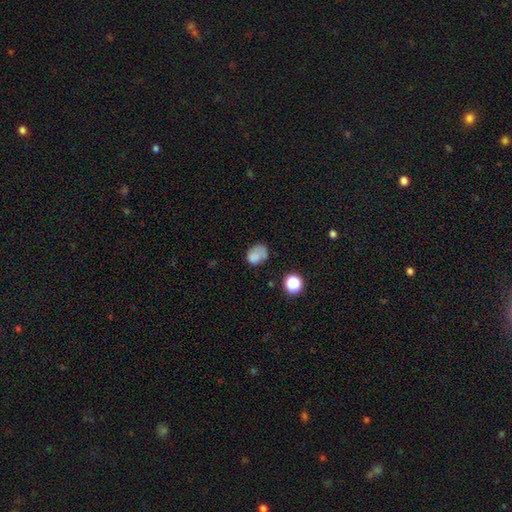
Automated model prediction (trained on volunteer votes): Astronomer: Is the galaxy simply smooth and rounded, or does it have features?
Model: smooth — 74%.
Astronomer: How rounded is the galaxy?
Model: in between — 55% (runner-up: round, 44%).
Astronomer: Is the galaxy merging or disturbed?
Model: none — 45% (runner-up: minor disturbance, 28%).